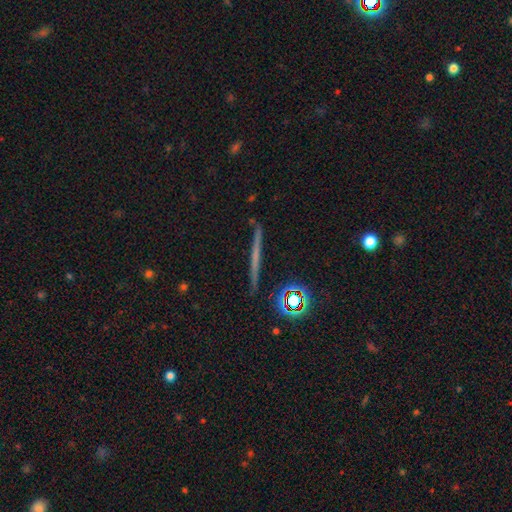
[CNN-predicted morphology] A featured or disk galaxy (51%) viewed edge-on (96%). Merging: none (89%).